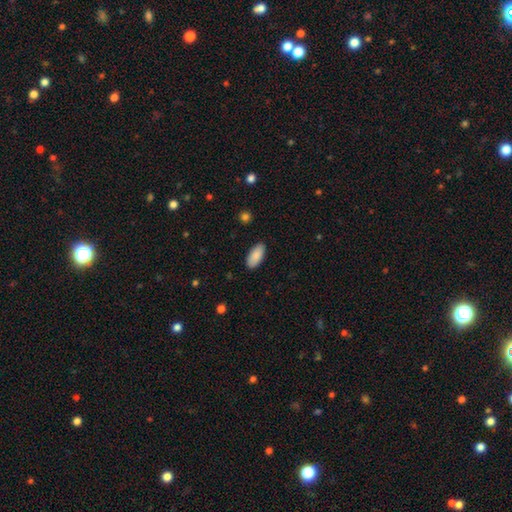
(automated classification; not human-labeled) smooth_or_featured: smooth (p=0.89) [alt: star or artifact p=0.06]
how_rounded: in between (p=0.92) [alt: cigar-shaped p=0.07]
merging: none (p=0.88) [alt: minor disturbance p=0.09]